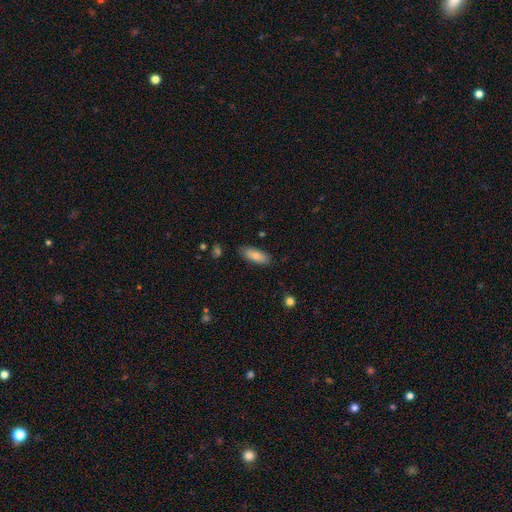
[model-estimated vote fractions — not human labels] Overall: smooth (83%). How rounded: in between (73%). Merging: none (83%).